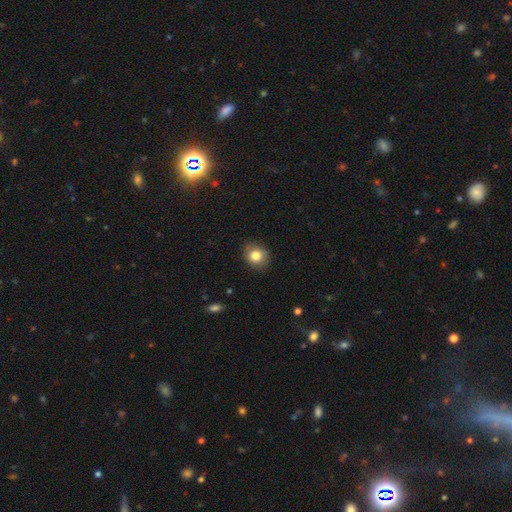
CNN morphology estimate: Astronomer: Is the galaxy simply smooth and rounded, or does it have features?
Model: smooth — 81%.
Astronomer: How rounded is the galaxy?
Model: round — 77%.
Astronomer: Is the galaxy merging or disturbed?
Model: none — 84%.